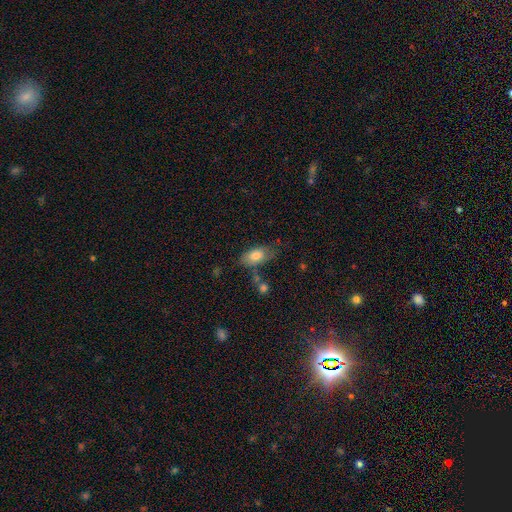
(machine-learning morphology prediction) A smooth galaxy with no disk features (79%) that is in between round and cigar-shaped (89%). Merging: none (52%).